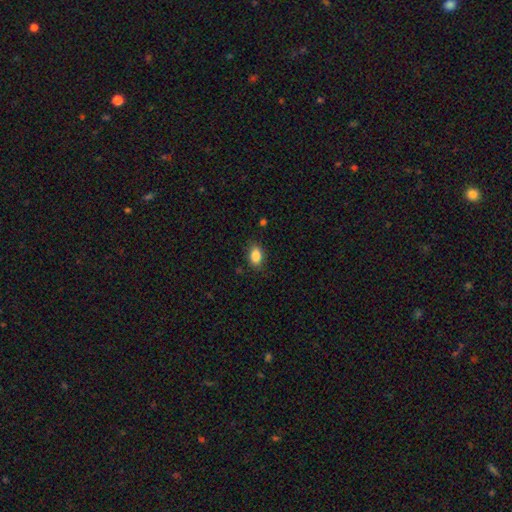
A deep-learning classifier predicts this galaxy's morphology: Q: Smooth or featured?
A: smooth (86%); runner-up: star or artifact (8%)
Q: How rounded?
A: in between (84%); runner-up: round (14%)
Q: Merging?
A: none (83%); runner-up: minor disturbance (13%)